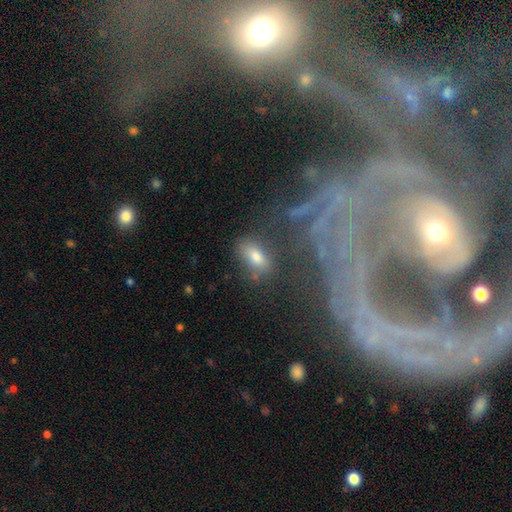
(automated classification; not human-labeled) Overall: smooth (72%). How rounded: in between (85%). Merging: none (69%).